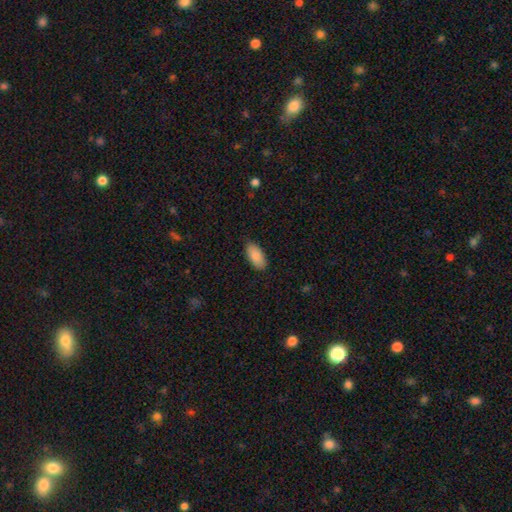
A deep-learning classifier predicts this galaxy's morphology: A smooth galaxy with no disk features (88%) that is in between round and cigar-shaped (92%).

Vote fractions:
- Smooth or featured? smooth: 88% / star or artifact: 6% / featured or disk: 6%
- How rounded? in between: 92% / cigar-shaped: 6% / round: 2%
- Merging? none: 86% / minor disturbance: 11% / major disturbance: 2% / merger: 1%